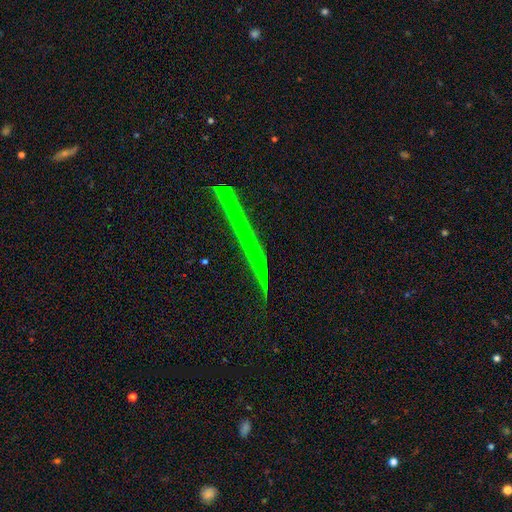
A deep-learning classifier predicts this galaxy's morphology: A star or artifact, not a galaxy (45%).

Vote fractions:
- Smooth or featured? star or artifact: 45% / featured or disk: 37% / smooth: 18%